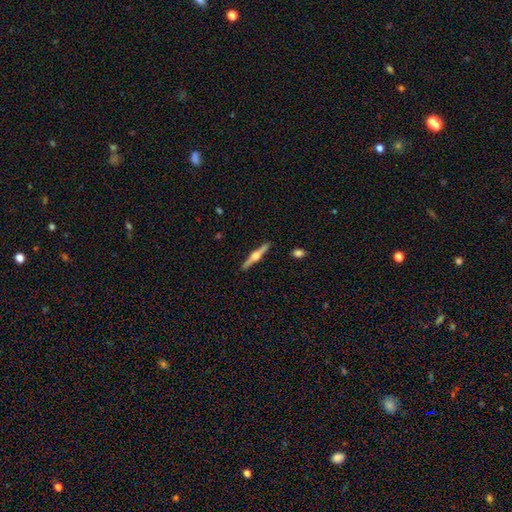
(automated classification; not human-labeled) A featured or disk galaxy (74%) viewed edge-on (98%) with a rounded central bulge (94%). Merging: none (91%).